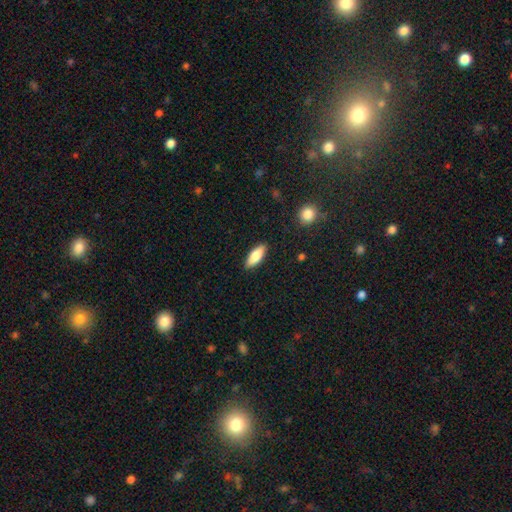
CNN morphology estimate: Smooth or featured?
  - smooth: 78% *
  - featured or disk: 16%
  - star or artifact: 6%
How rounded?
  - in between: 66% *
  - cigar-shaped: 32%
  - round: 2%
Merging?
  - none: 89% *
  - minor disturbance: 8%
  - major disturbance: 2%
  - merger: 1%